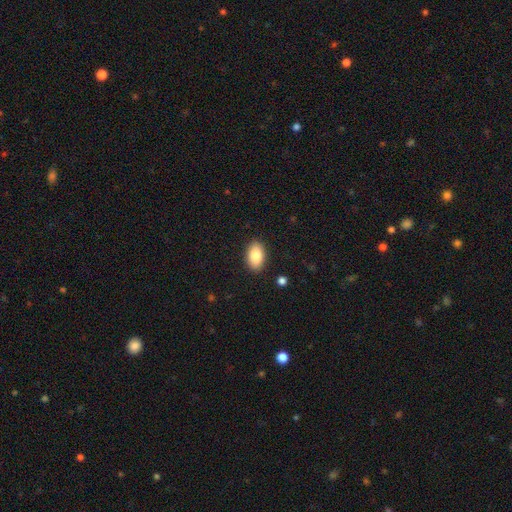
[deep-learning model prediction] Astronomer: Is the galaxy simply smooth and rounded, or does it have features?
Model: smooth — 84%.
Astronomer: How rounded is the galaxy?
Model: in between — 92%.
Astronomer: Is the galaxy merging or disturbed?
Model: none — 89%.